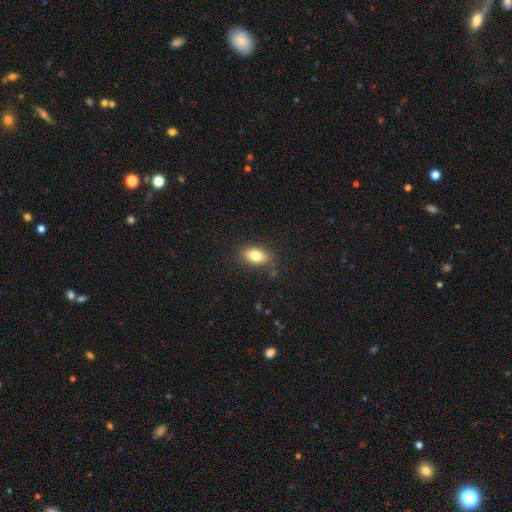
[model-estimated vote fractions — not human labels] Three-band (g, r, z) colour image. It shows a smooth galaxy with no disk features (79%) that is in between round and cigar-shaped (85%). Merging: none (81%).